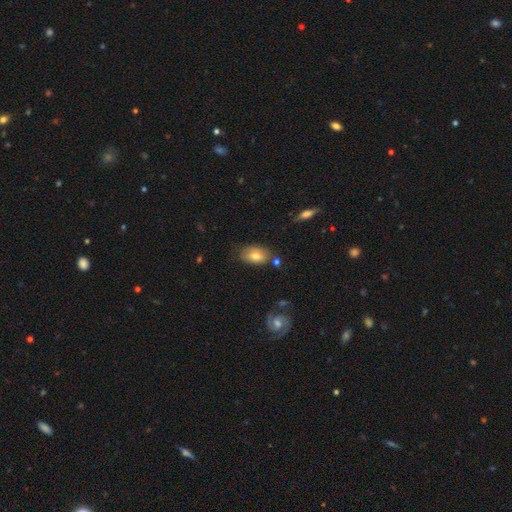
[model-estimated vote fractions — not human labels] A smooth galaxy with no disk features (75%) that is in between round and cigar-shaped (90%). Merging: none (64%).